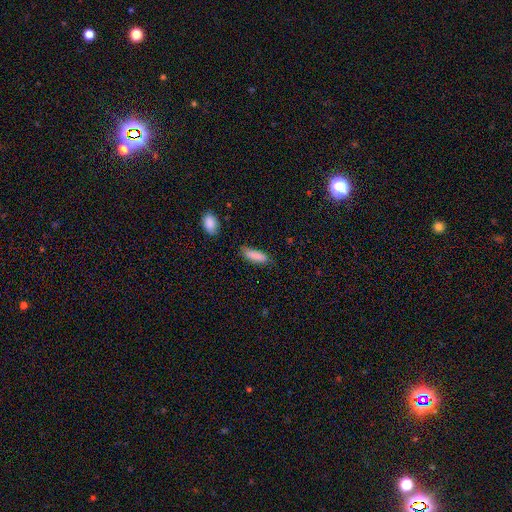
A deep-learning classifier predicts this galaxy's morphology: smooth-or-featured: smooth: 87% | star or artifact: 7% | featured or disk: 6%
  how-rounded: cigar-shaped: 50% | in between: 48% | round: 2%
  merging: none: 73% | minor disturbance: 20% | major disturbance: 4% | merger: 3%